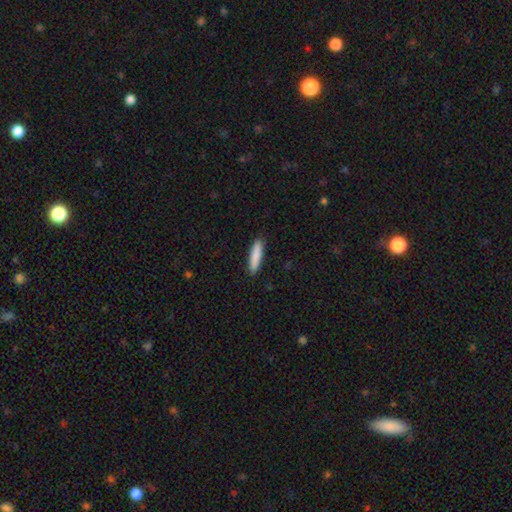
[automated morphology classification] A smooth galaxy with no disk features (87%) that is cigar-shaped (81%). Merging: none (90%).